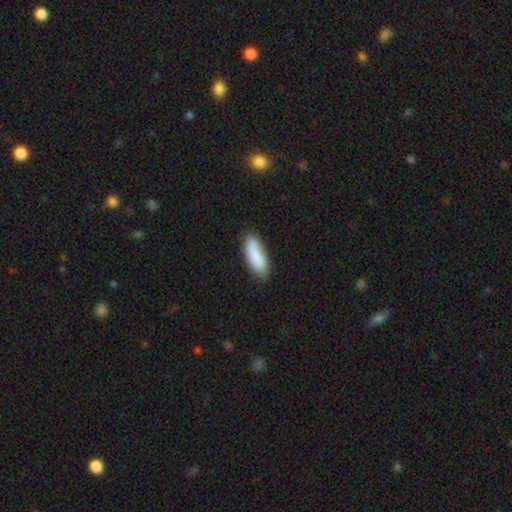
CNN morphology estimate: This is clearly a smooth galaxy (84%). How rounded: likely in between (61%). Merging: likely none (76%).